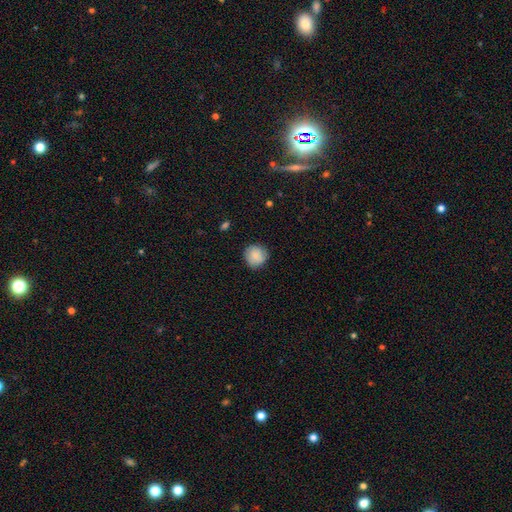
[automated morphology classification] Smooth or featured? Predicted: smooth (p=0.84). How rounded? Predicted: round (p=0.91). Merging? Predicted: none (p=0.81).